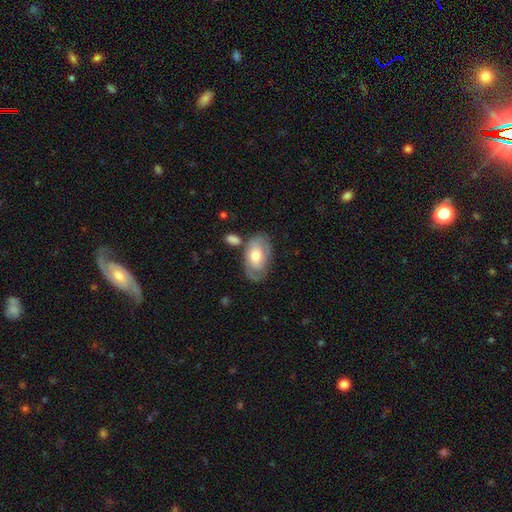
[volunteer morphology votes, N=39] Smooth or featured? 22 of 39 (56%) said featured or disk. Edge-on disk? 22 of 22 (100%) said no. Bar? 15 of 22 (68%) said no. Spiral arms? 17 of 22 (77%) said yes. Spiral winding? 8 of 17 (47%) said tight. Spiral arm count? 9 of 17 (53%) said 2. Bulge size? 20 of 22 (91%) said moderate. Merging? 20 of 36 (56%) said none.